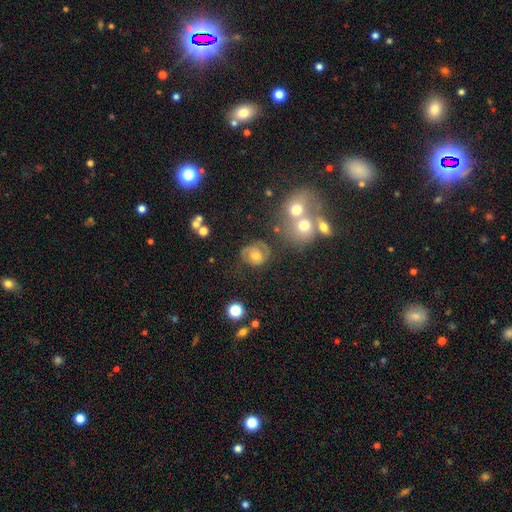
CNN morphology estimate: smooth_or_featured: featured or disk (p=0.45) [alt: smooth p=0.41]
merging: none (p=0.59) [alt: minor disturbance p=0.20]